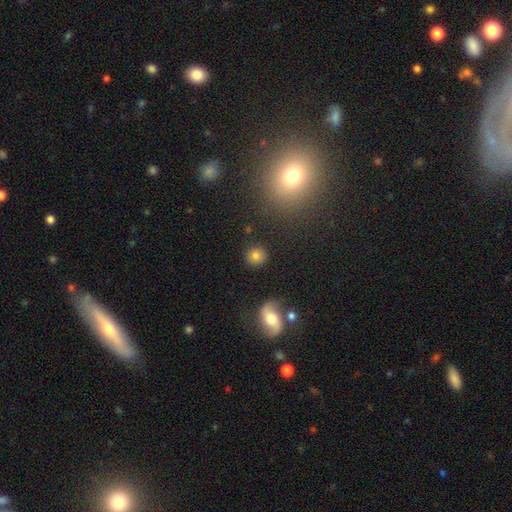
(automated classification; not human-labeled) Smooth or featured?
  - smooth: 79% *
  - star or artifact: 11%
  - featured or disk: 10%
How rounded?
  - round: 87% *
  - in between: 12%
  - cigar-shaped: 1%
Merging?
  - none: 86% *
  - minor disturbance: 8%
  - major disturbance: 3%
  - merger: 3%